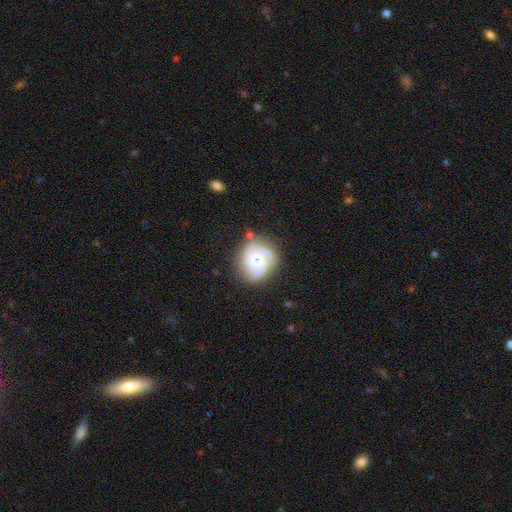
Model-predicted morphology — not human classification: Q: Smooth or featured?
A: featured or disk (78%); runner-up: smooth (16%)
Q: Edge-on disk?
A: no (97%); runner-up: yes (3%)
Q: Bar?
A: no (71%); runner-up: weak (24%)
Q: Spiral arms?
A: yes (92%); runner-up: no (8%)
Q: Spiral winding?
A: tight (47%); runner-up: medium (41%)
Q: Spiral arm count?
A: 2 (39%); tied with: 3 (39%)
Q: Bulge size?
A: moderate (74%); runner-up: small (18%)
Q: Merging?
A: none (72%); runner-up: minor disturbance (19%)